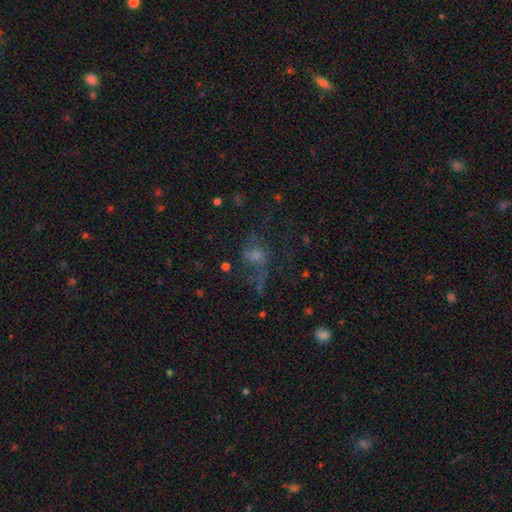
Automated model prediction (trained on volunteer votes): star or artifact 39% (tied), featured or disk 39% (tied), smooth 22%.